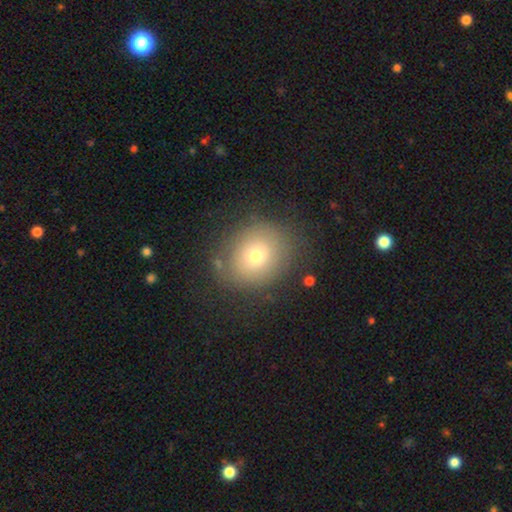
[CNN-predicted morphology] Q: Smooth or featured?
A: smooth (68%); runner-up: featured or disk (19%)
Q: How rounded?
A: round (71%); runner-up: in between (29%)
Q: Merging?
A: none (76%); runner-up: minor disturbance (15%)